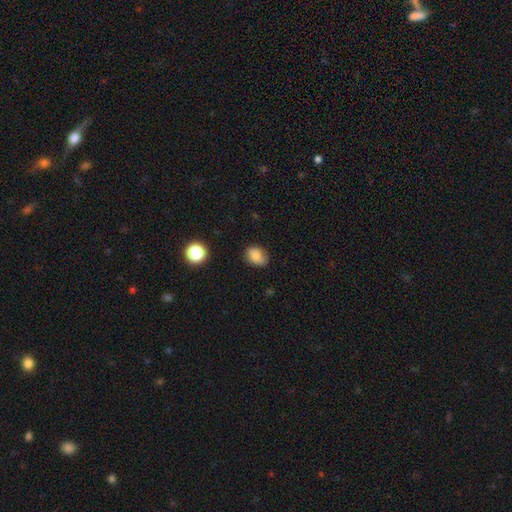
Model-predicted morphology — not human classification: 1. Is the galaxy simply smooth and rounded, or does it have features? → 84% smooth, 10% star or artifact, 5% featured or disk.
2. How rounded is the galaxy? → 64% in between, 35% round, 1% cigar-shaped.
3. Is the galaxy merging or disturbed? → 70% none, 24% minor disturbance, 5% major disturbance, 2% merger.